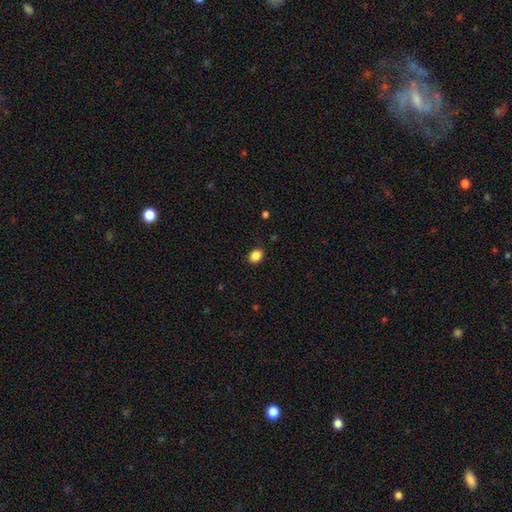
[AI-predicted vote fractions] A smooth galaxy with no disk features (87%) that is in between round and cigar-shaped (53%). Merging: none (86%).